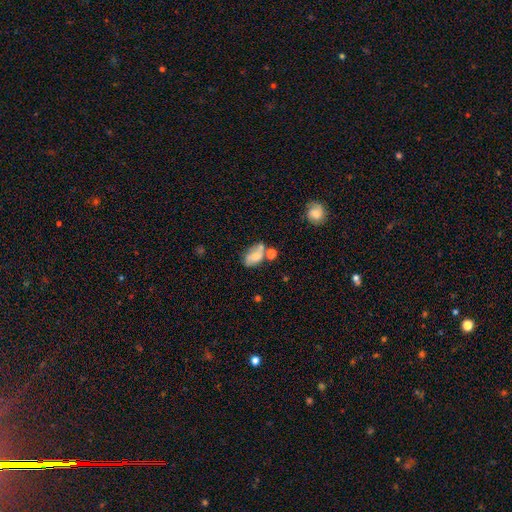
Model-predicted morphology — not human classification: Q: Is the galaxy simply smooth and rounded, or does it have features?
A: smooth — 63%.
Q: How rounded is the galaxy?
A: in between — 88%.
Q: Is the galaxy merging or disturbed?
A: none — 39%.